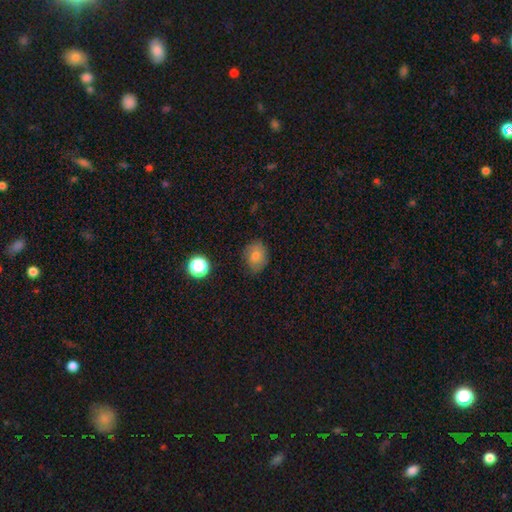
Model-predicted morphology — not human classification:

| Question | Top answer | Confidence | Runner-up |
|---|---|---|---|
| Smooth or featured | smooth | 74% | featured or disk (13%) |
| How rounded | round | 52% | in between (47%) |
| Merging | none | 75% | minor disturbance (19%) |